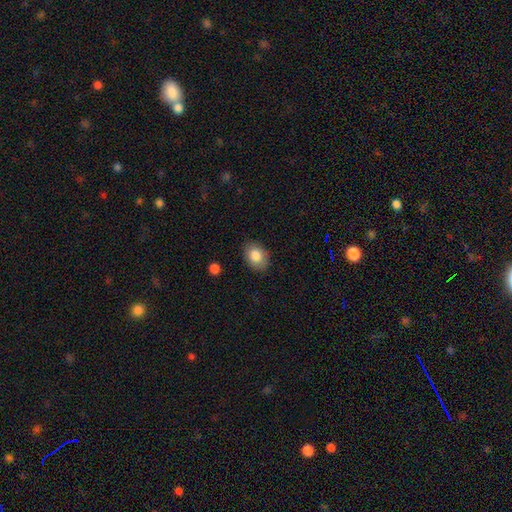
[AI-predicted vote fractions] Smooth or featured?
  - smooth: 84% *
  - featured or disk: 8%
  - star or artifact: 8%
How rounded?
  - in between: 70% *
  - round: 29%
  - cigar-shaped: 1%
Merging?
  - none: 85% *
  - minor disturbance: 11%
  - major disturbance: 3%
  - merger: 1%